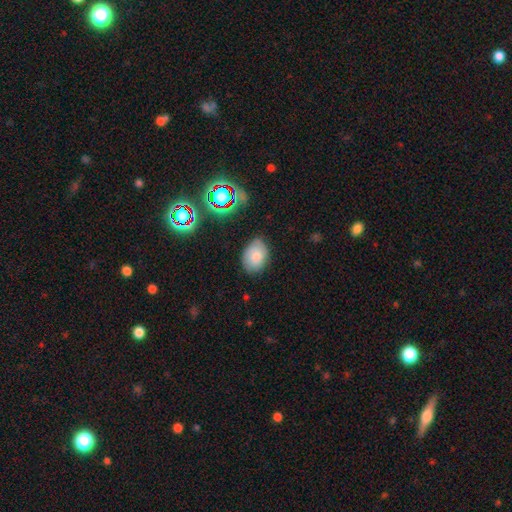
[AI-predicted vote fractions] A smooth galaxy with no disk features (79%) that is in between round and cigar-shaped (74%). Merging: none (73%).